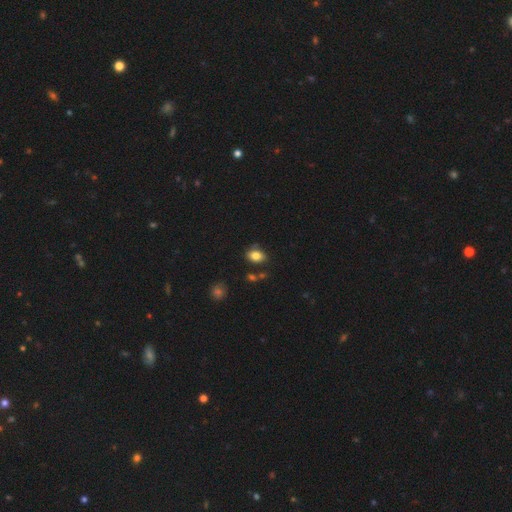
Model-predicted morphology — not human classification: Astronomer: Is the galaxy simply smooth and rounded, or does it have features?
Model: smooth — 82%.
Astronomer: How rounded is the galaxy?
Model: in between — 76%.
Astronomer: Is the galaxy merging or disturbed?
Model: none — 74%.